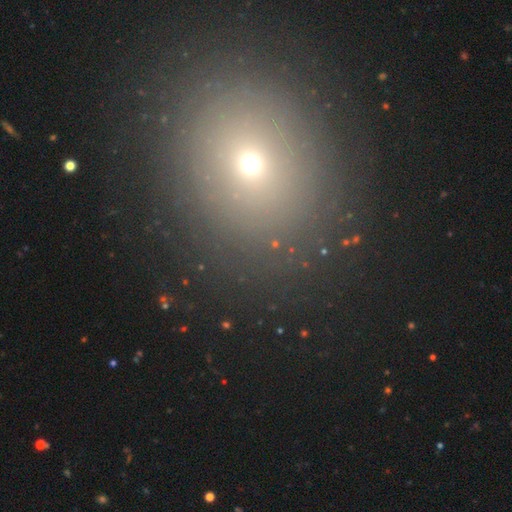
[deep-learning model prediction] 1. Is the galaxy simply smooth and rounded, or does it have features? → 60% smooth, 29% star or artifact, 11% featured or disk.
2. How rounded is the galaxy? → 71% round, 28% in between, 1% cigar-shaped.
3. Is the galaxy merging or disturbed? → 88% none, 7% minor disturbance, 3% major disturbance, 2% merger.